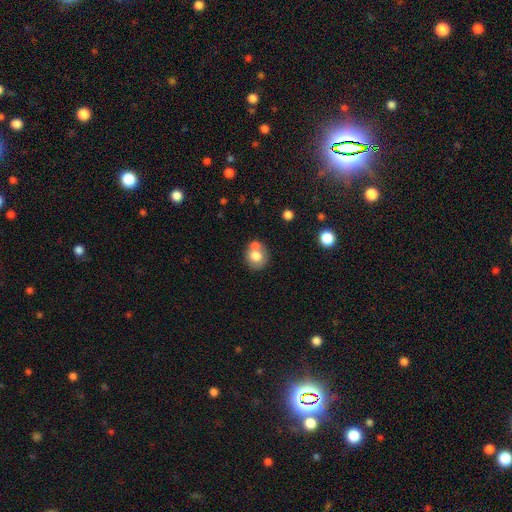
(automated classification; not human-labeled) smooth 73%, featured or disk 18%, star or artifact 9%. Down the decision tree: how rounded — round (78%); merging — none (49%).